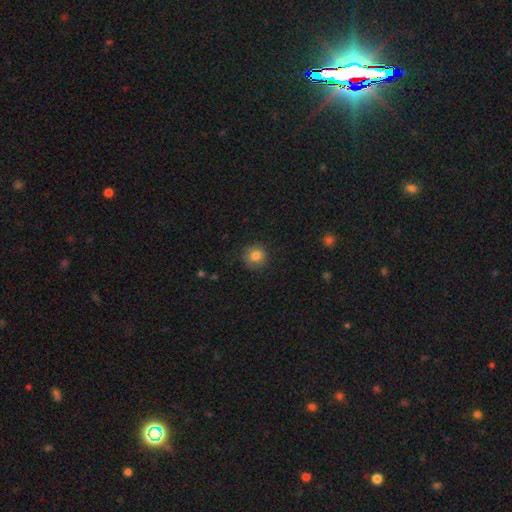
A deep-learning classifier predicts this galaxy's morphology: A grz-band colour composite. It shows a smooth galaxy with no disk features (83%) that is round (92%). Merging: none (88%).